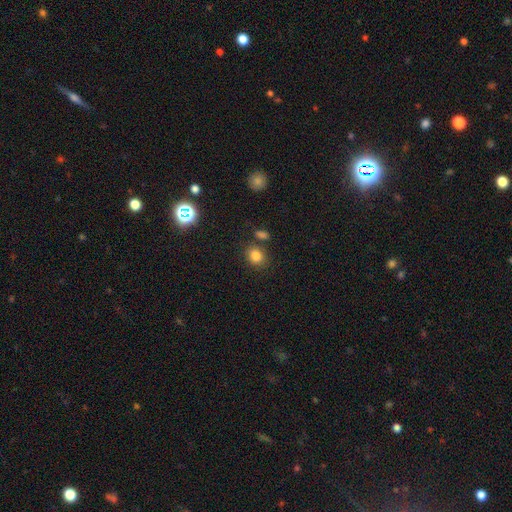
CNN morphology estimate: smooth 81%, star or artifact 13%, featured or disk 6%. Down the decision tree: how rounded — round (62%); merging — none (76%).